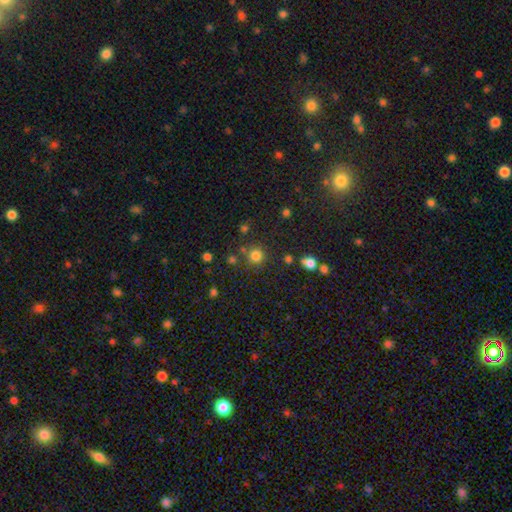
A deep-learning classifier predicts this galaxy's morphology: Smooth or featured? smooth (78%)
How rounded? round (93%)
Merging? none (79%)